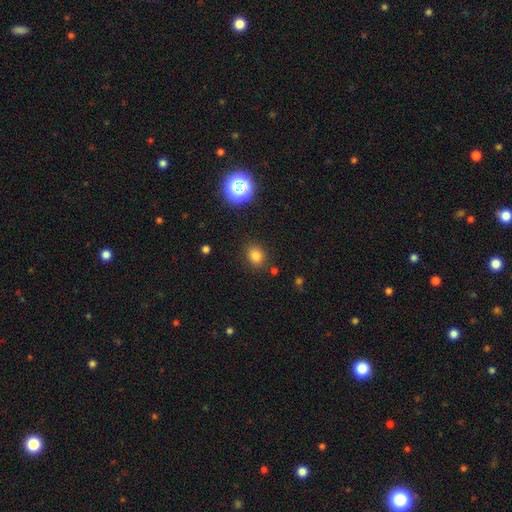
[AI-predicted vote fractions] Morphology: type=smooth (79%); roundness=round (65%); merging=none (85%).